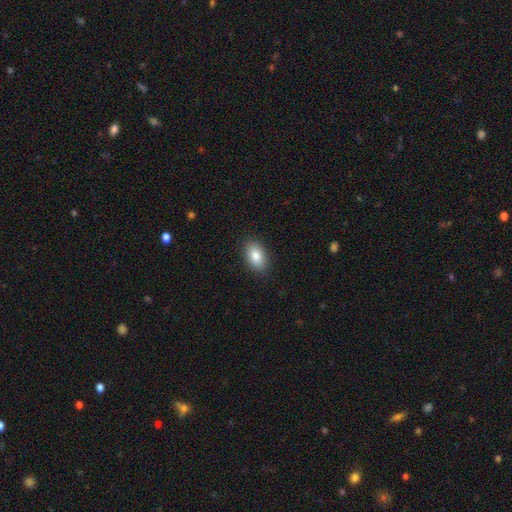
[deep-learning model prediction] The model was most divided on "smooth or featured": smooth: 85%, star or artifact: 7%, featured or disk: 7%. More confident: how rounded — in between (92%); merging — none (89%).